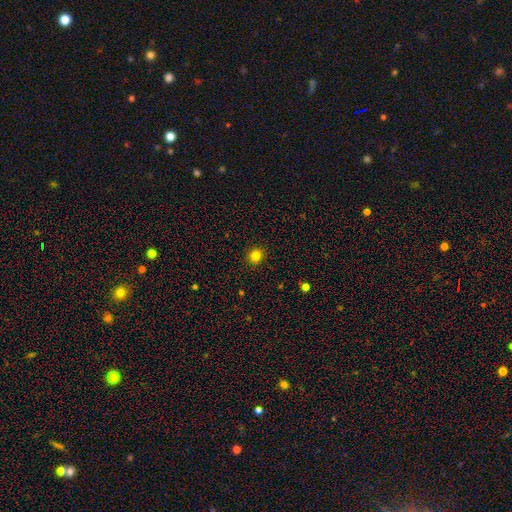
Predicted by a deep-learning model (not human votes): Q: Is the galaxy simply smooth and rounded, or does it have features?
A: smooth — 82%.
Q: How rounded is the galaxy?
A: round — 88%.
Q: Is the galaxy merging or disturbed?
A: none — 91%.